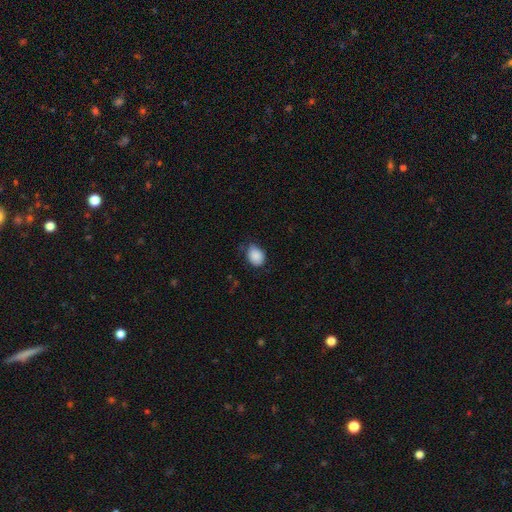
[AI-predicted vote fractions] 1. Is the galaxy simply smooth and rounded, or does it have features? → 88% smooth, 8% star or artifact, 4% featured or disk.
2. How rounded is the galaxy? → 59% in between, 40% round, 1% cigar-shaped.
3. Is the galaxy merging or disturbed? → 65% none, 29% minor disturbance, 5% major disturbance, 1% merger.